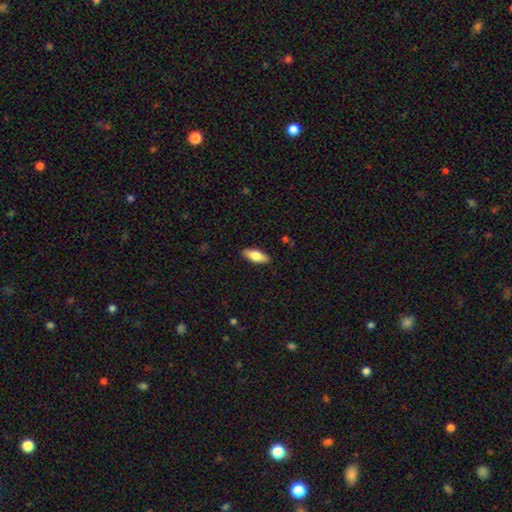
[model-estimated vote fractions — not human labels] Smooth or featured?
  - smooth: 76% *
  - featured or disk: 19%
  - star or artifact: 6%
How rounded?
  - in between: 76% *
  - cigar-shaped: 21%
  - round: 2%
Merging?
  - none: 88% *
  - minor disturbance: 9%
  - major disturbance: 2%
  - merger: 1%